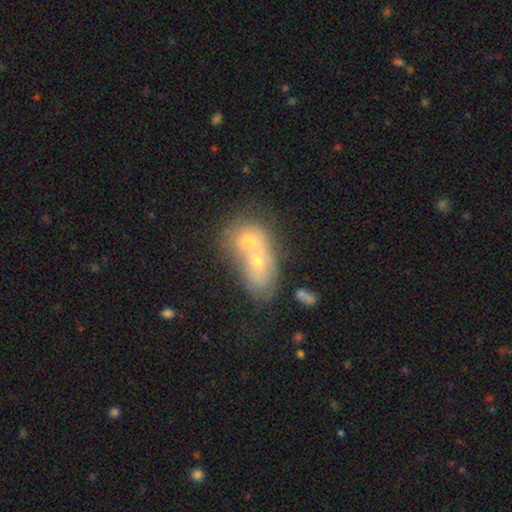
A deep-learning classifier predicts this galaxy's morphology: This appears to be a smooth galaxy with no disk features (50%) that is in between round and cigar-shaped (59%). Merging: merger (79%).